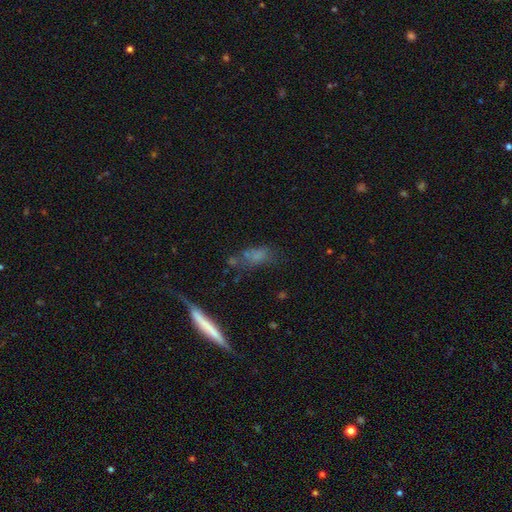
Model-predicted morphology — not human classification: smooth-or-featured: smooth: 60% | featured or disk: 26% | star or artifact: 15%
  how-rounded: in between: 58% | cigar-shaped: 34% | round: 8%
  merging: none: 44% | minor disturbance: 22% | major disturbance: 20% | merger: 14%